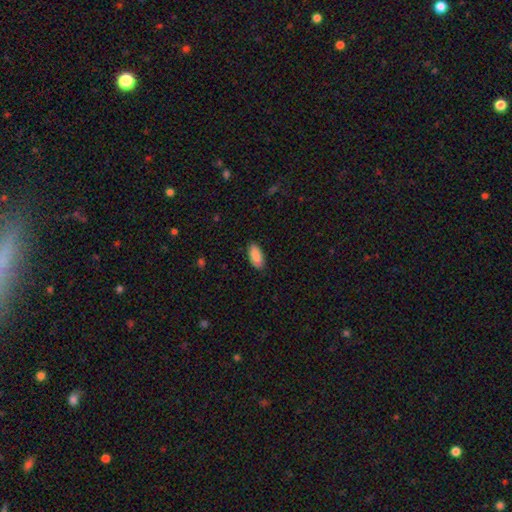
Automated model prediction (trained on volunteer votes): smooth-or-featured: smooth: 89% | star or artifact: 6% | featured or disk: 5%
  how-rounded: in between: 92% | cigar-shaped: 6% | round: 2%
  merging: none: 87% | minor disturbance: 10% | major disturbance: 2% | merger: 1%